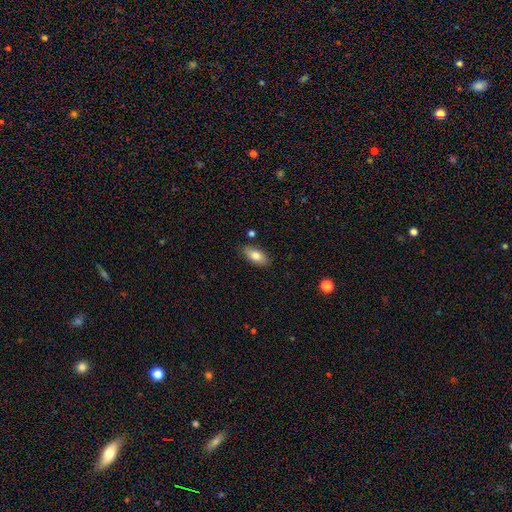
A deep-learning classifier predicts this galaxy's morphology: Smooth or featured?
  - smooth: 81% *
  - featured or disk: 13%
  - star or artifact: 7%
How rounded?
  - in between: 89% *
  - cigar-shaped: 9%
  - round: 3%
Merging?
  - none: 84% *
  - minor disturbance: 11%
  - merger: 2%
  - major disturbance: 2%